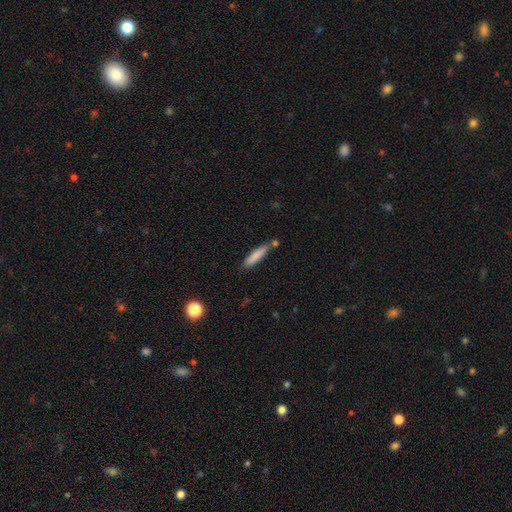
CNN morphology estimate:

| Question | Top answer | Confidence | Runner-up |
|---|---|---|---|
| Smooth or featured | smooth | 82% | featured or disk (11%) |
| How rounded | cigar-shaped | 84% | in between (14%) |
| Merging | none | 76% | minor disturbance (13%) |